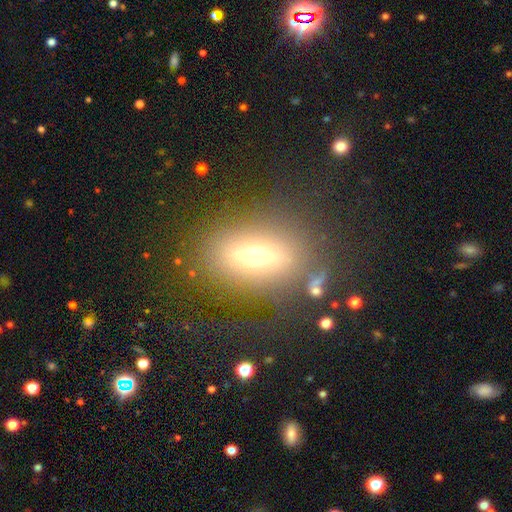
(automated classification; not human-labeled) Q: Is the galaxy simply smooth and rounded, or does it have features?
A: smooth — 53%.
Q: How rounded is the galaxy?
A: in between — 65%.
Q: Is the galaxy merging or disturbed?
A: none — 74%.